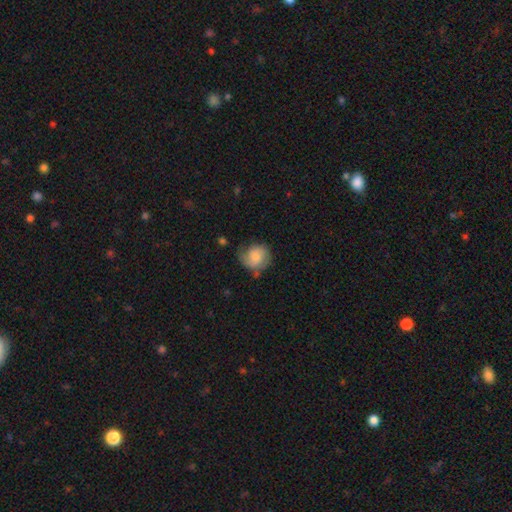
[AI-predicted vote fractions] smooth_or_featured: smooth (p=0.56) [alt: featured or disk p=0.36]
how_rounded: round (p=0.77) [alt: in between p=0.22]
merging: none (p=0.56) [alt: minor disturbance p=0.29]